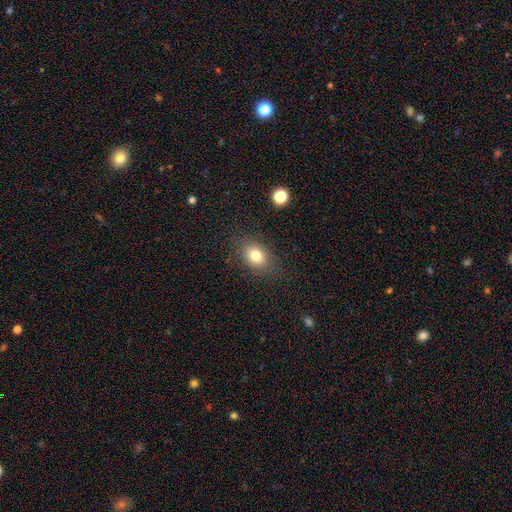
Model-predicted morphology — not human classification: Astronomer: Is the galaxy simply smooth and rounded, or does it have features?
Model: smooth — 78%.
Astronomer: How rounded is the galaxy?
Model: in between — 67%.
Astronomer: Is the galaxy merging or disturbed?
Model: none — 82%.